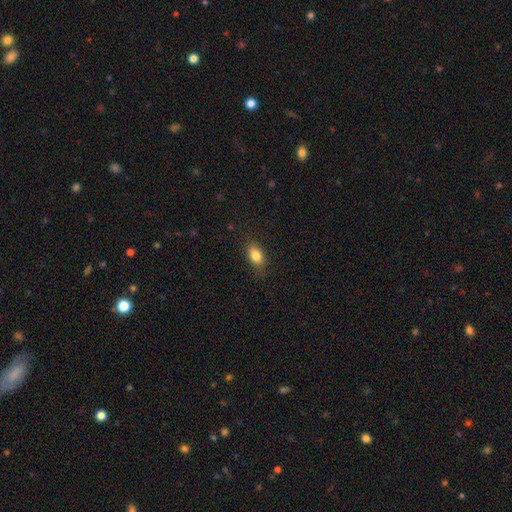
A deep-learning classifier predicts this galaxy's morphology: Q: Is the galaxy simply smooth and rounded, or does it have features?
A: smooth — 83%.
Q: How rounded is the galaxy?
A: in between — 83%.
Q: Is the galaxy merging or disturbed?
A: none — 81%.